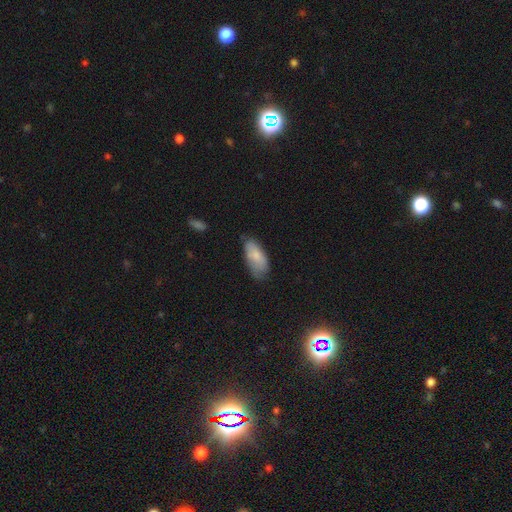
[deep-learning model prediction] A smooth galaxy with no disk features (77%) that is in between round and cigar-shaped (89%). Merging: none (54%).